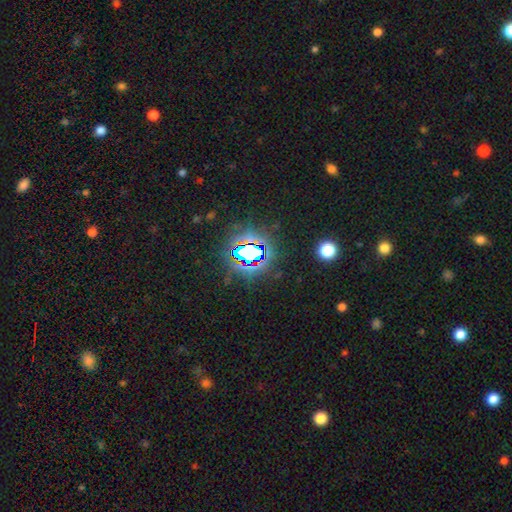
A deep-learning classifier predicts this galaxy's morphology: Smooth or featured?
  - star or artifact: 81% *
  - smooth: 12%
  - featured or disk: 7%